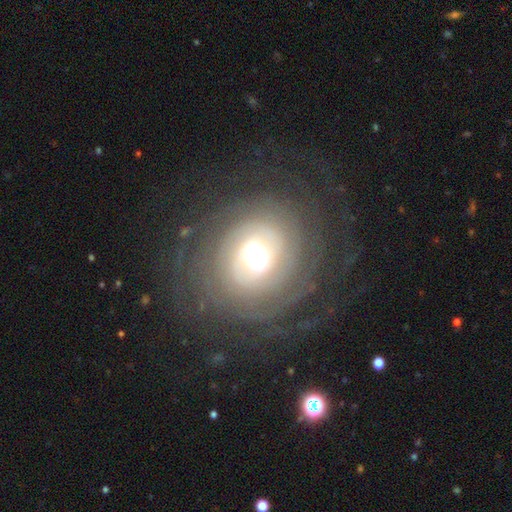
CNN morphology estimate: type=featured or disk (80%); edge-on=no (97%); bar=no (47%); spiral arms=yes (89%); winding=tight (77%); arm count=can't tell (41%); bulge=moderate (62%); merging=none (77%).